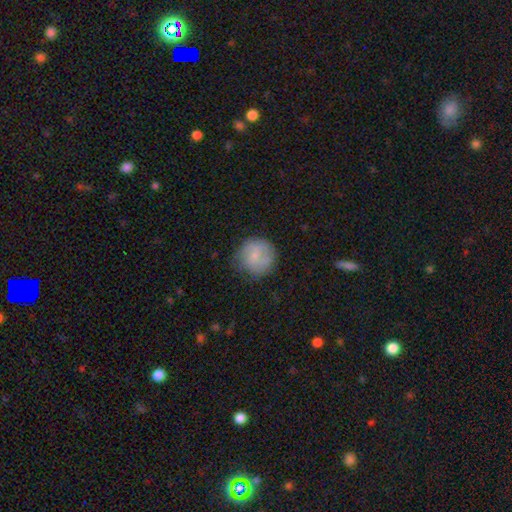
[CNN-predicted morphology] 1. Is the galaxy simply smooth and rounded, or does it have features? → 68% smooth, 25% featured or disk, 7% star or artifact.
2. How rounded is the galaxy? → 92% round, 7% in between, 1% cigar-shaped.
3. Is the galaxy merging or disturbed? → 72% none, 20% minor disturbance, 7% major disturbance, 2% merger.